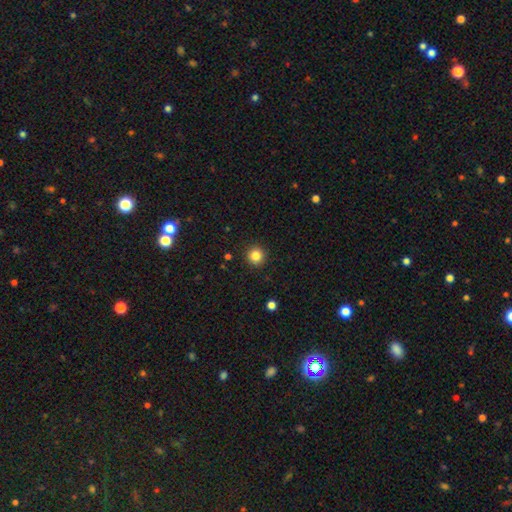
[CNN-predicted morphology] Q: Smooth or featured?
A: smooth (84%); runner-up: star or artifact (11%)
Q: How rounded?
A: round (95%); runner-up: in between (5%)
Q: Merging?
A: none (92%); runner-up: minor disturbance (5%)